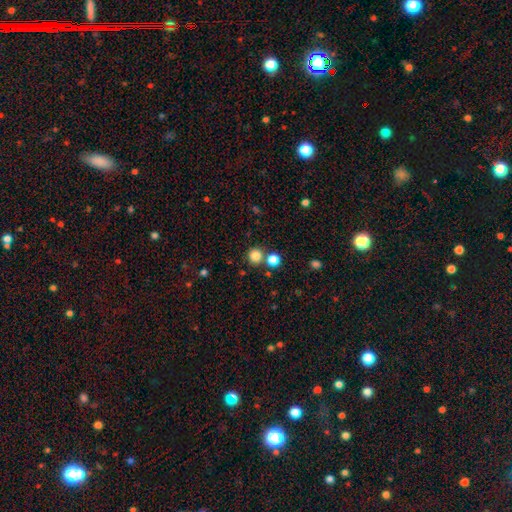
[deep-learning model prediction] Smooth or featured: smooth — 82% (star or artifact — 13%)
How rounded: round — 92% (in between — 8%)
Merging: none — 74% (merger — 16%)